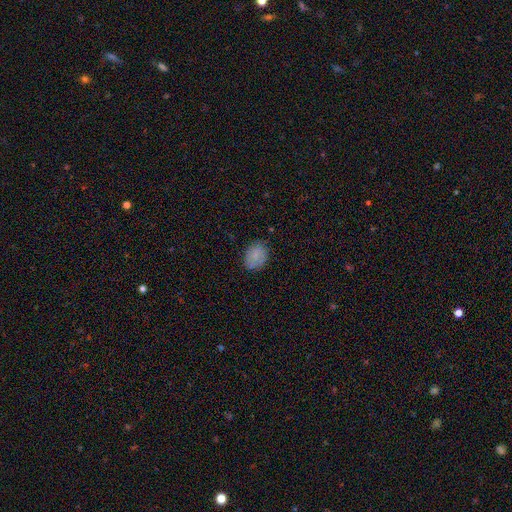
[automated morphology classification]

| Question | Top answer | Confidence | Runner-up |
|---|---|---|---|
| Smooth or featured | smooth | 76% | featured or disk (15%) |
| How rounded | in between | 68% | round (31%) |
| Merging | none | 76% | minor disturbance (18%) |